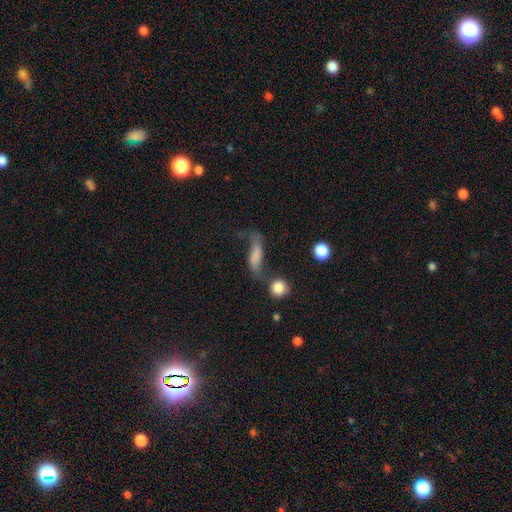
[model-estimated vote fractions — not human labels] A smooth galaxy with no disk features (46%). Merging: none (43%).